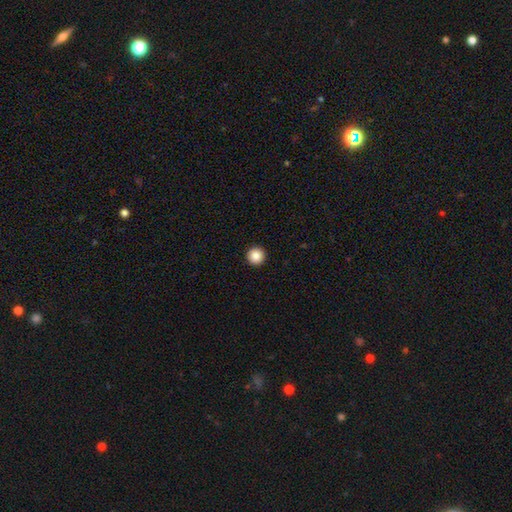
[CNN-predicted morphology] type=smooth (87%); roundness=round (97%); merging=none (94%).